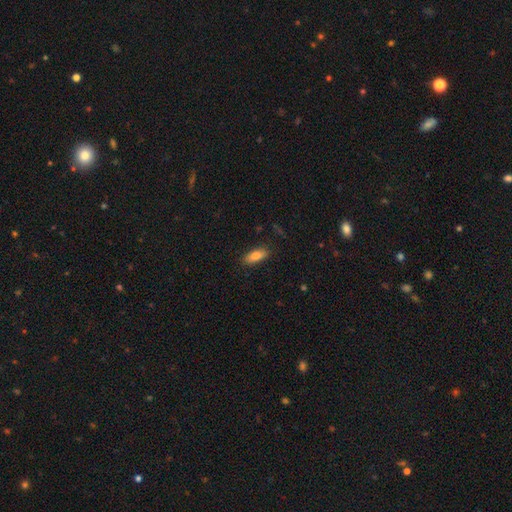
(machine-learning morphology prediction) Q: Smooth or featured?
A: smooth (83%); runner-up: featured or disk (10%)
Q: How rounded?
A: in between (78%); runner-up: cigar-shaped (19%)
Q: Merging?
A: none (85%); runner-up: minor disturbance (11%)